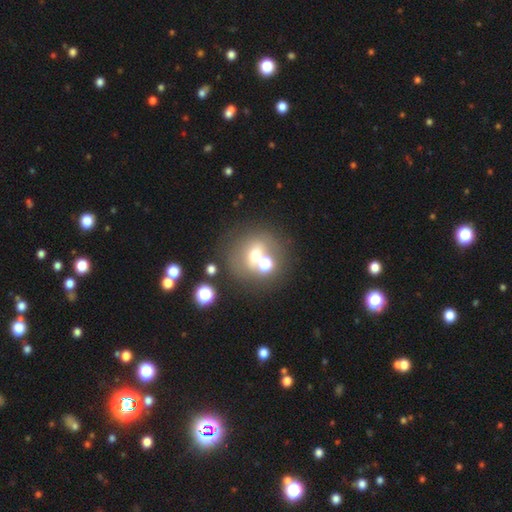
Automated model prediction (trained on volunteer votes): Smooth or featured: smooth — 53% (featured or disk — 25%)
How rounded: round — 77% (in between — 22%)
Merging: none — 51% (merger — 33%)